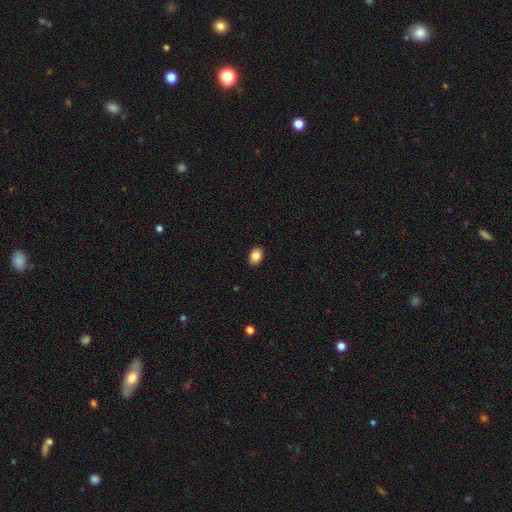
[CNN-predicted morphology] Smooth or featured? smooth (86%)
How rounded? in between (75%)
Merging? none (90%)